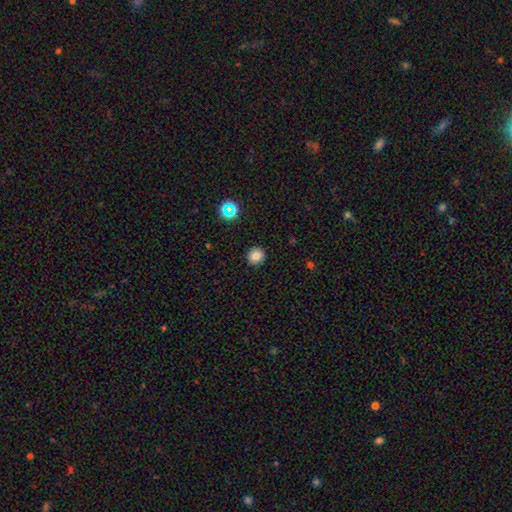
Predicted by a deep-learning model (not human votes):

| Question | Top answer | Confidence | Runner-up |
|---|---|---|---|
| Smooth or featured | smooth | 80% | star or artifact (12%) |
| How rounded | round | 88% | in between (11%) |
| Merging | none | 91% | minor disturbance (6%) |